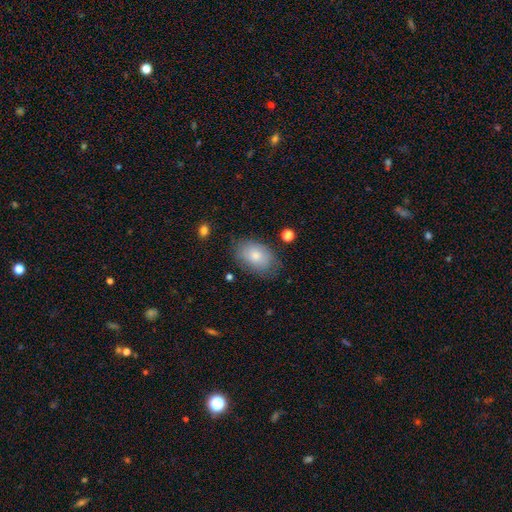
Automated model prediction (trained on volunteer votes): Smooth or featured? Predicted: smooth (p=0.79). How rounded? Predicted: in between (p=0.86). Merging? Predicted: none (p=0.73).